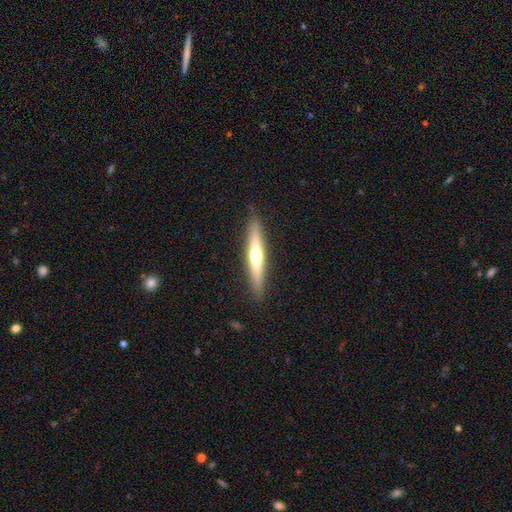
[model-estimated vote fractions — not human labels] This is possibly a featured or disk galaxy (51%). It is clearly viewed edge-on (95%). Merging: clearly none (89%).